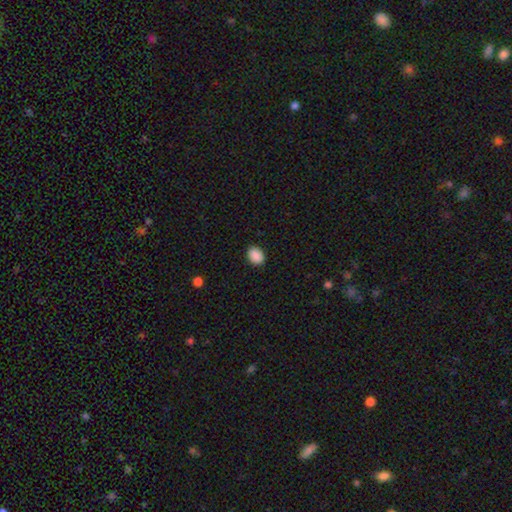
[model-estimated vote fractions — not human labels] Smooth or featured? smooth (90%)
How rounded? in between (61%)
Merging? none (89%)